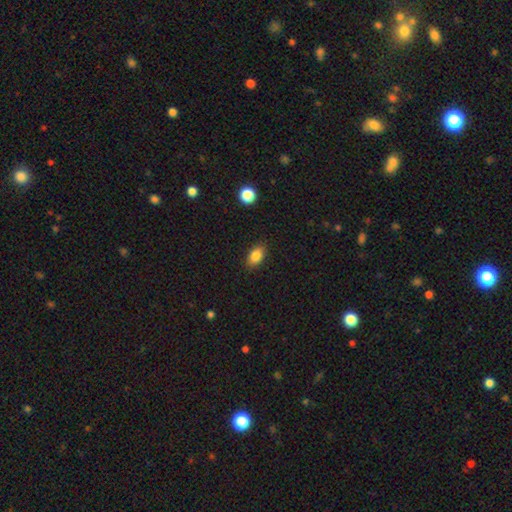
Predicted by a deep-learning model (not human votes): smooth 85%, star or artifact 9%, featured or disk 6%. Down the decision tree: how rounded — in between (86%); merging — none (87%).